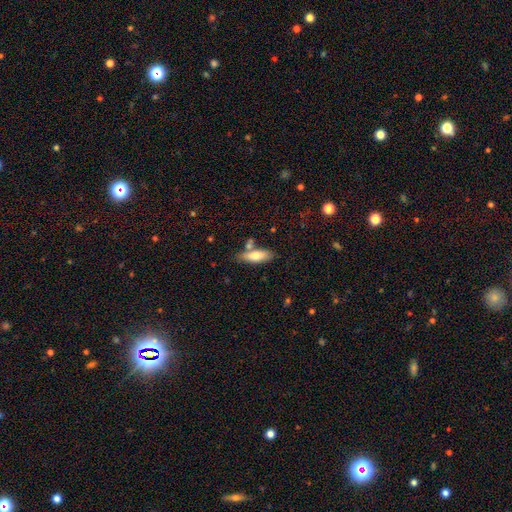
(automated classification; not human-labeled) A smooth galaxy with no disk features (72%) that is in between round and cigar-shaped (57%).

Vote fractions:
- Smooth or featured? smooth: 72% / featured or disk: 22% / star or artifact: 6%
- How rounded? in between: 57% / cigar-shaped: 41% / round: 2%
- Merging? none: 68% / minor disturbance: 15% / merger: 13% / major disturbance: 3%